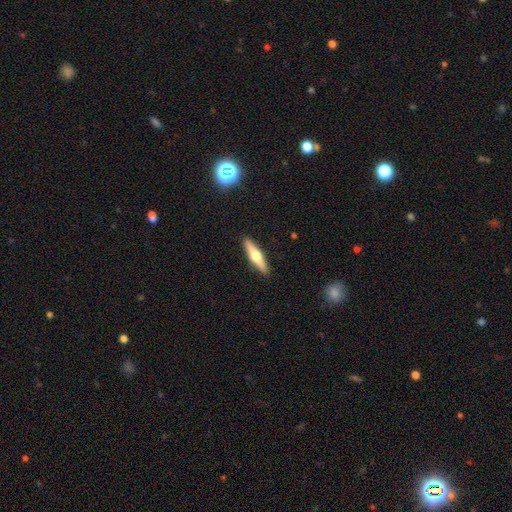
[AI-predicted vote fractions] Smooth or featured?
  - featured or disk: 55% *
  - smooth: 40%
  - star or artifact: 5%
Edge-on disk?
  - yes: 95% *
  - no: 5%
Edge-on bulge?
  - rounded: 94% *
  - boxy: 3%
  - none: 3%
Merging?
  - none: 91% *
  - minor disturbance: 6%
  - major disturbance: 1%
  - merger: 1%